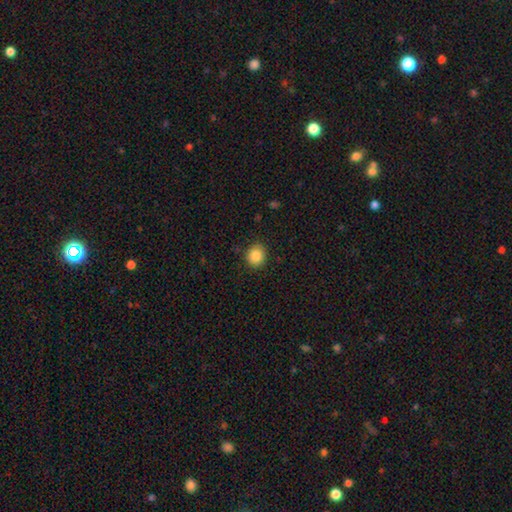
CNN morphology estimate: Smooth or featured?
  - smooth: 86% *
  - star or artifact: 9%
  - featured or disk: 4%
How rounded?
  - round: 84% *
  - in between: 15%
  - cigar-shaped: 1%
Merging?
  - none: 87% *
  - minor disturbance: 9%
  - major disturbance: 2%
  - merger: 1%